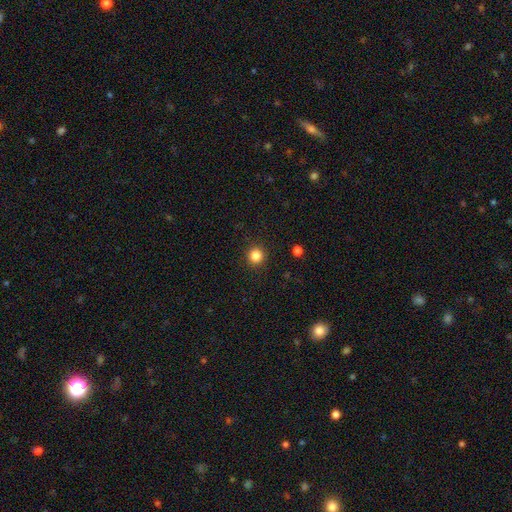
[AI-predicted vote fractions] This is clearly a smooth galaxy (84%). How rounded: clearly round (95%). Merging: clearly none (93%).